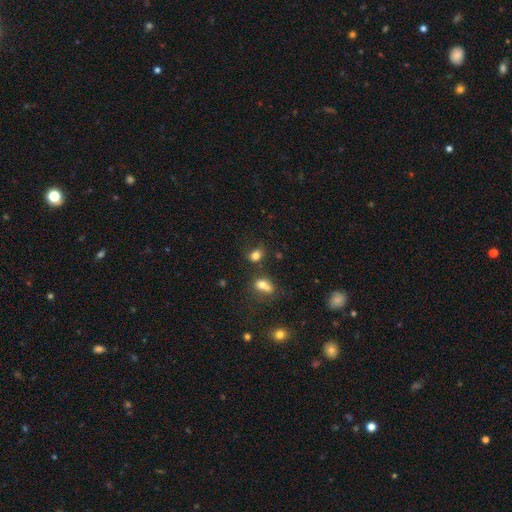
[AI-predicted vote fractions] The model was most divided on "how rounded": in between: 57%, round: 42%, cigar-shaped: 2%. More confident: smooth or featured — smooth (78%); merging — none (54%).